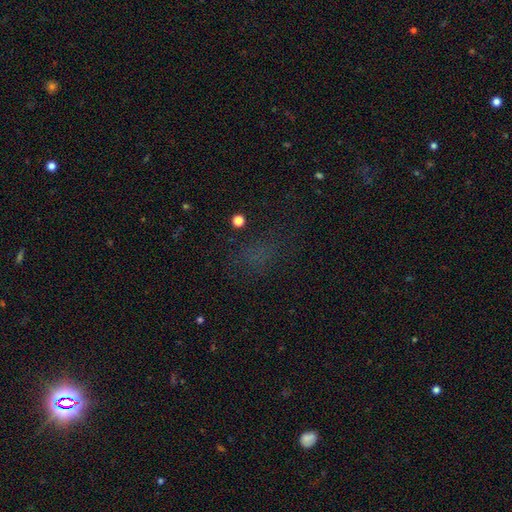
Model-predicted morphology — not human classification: This is possibly a star or artifact rather than a galaxy (47%).